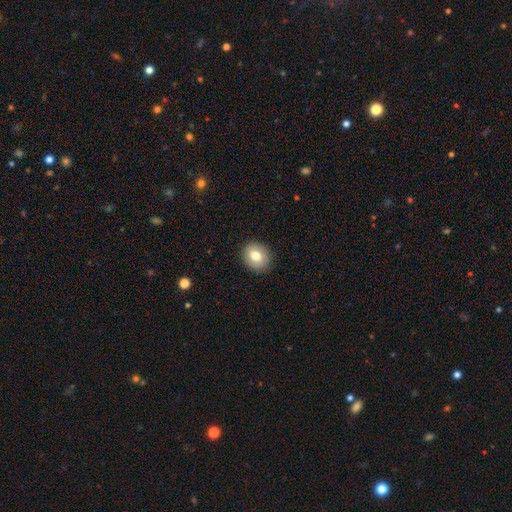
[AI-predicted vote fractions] The model was most divided on "how rounded": round: 66%, in between: 33%, cigar-shaped: 1%. More confident: merging — none (88%); smooth or featured — smooth (76%).